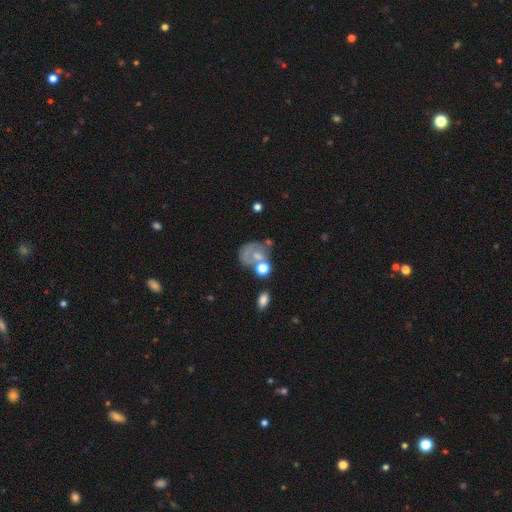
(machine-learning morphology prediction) Smooth or featured: smooth — 51% (featured or disk — 35%)
How rounded: round — 56% (in between — 43%)
Merging: none — 34% (major disturbance — 23%)